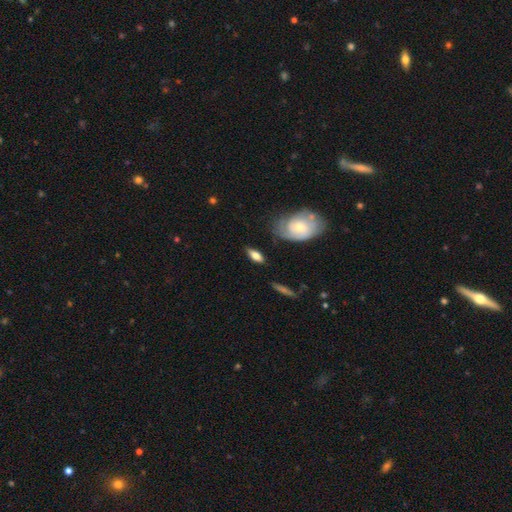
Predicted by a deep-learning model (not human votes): Smooth or featured? smooth (69%)
How rounded? in between (76%)
Merging? none (77%)